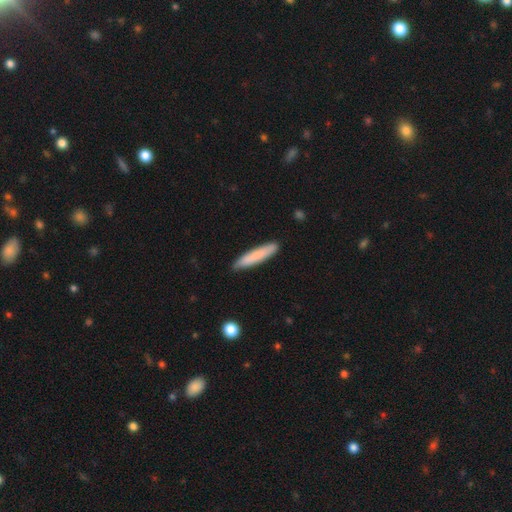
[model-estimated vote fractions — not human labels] Q: Smooth or featured?
A: smooth (81%); runner-up: featured or disk (13%)
Q: How rounded?
A: cigar-shaped (90%); runner-up: in between (9%)
Q: Merging?
A: none (87%); runner-up: minor disturbance (10%)